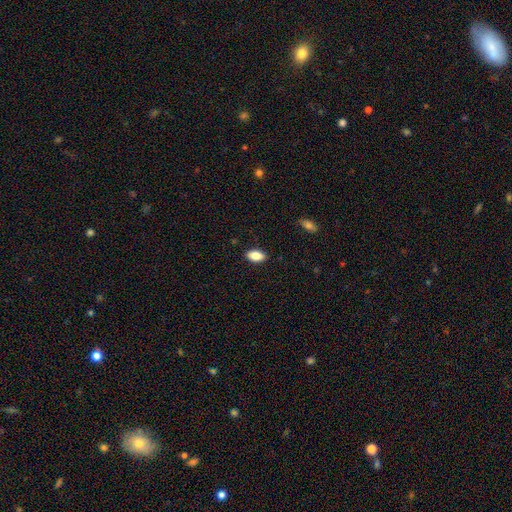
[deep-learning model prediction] Overall: smooth (83%). How rounded: in between (91%). Merging: none (88%).